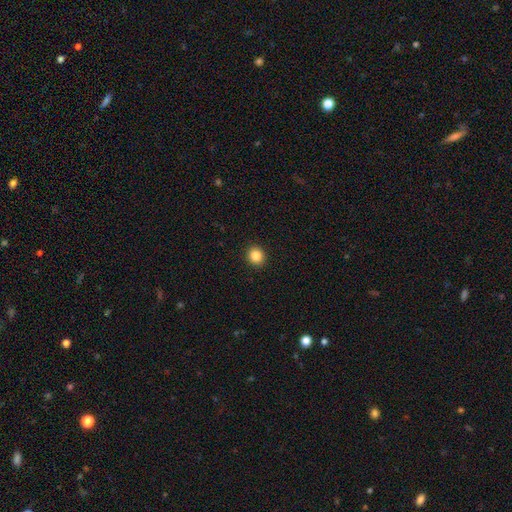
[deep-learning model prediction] This appears to be a smooth galaxy with no disk features (86%) that is round (87%). Merging: none (92%).